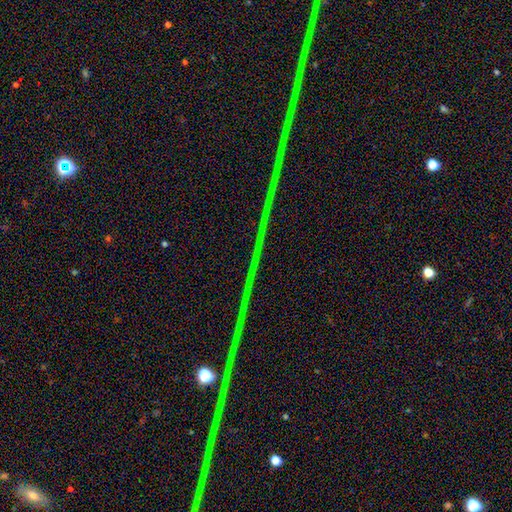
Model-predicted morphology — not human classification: smooth_or_featured: star or artifact (p=0.88) [alt: featured or disk p=0.07]